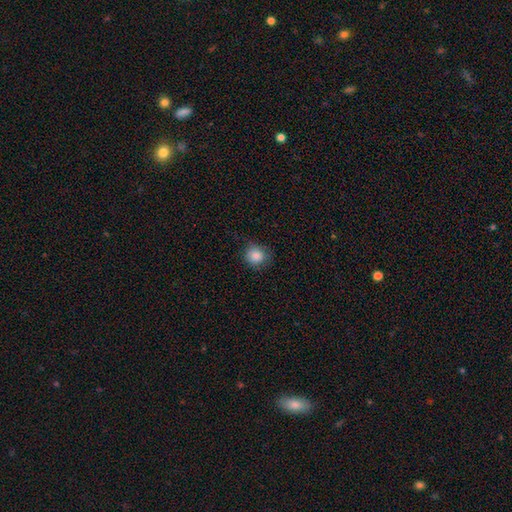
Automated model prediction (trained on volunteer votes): The model was most divided on "merging": none: 76%, minor disturbance: 19%, major disturbance: 4%, merger: 1%. More confident: how rounded — round (86%); smooth or featured — smooth (85%).